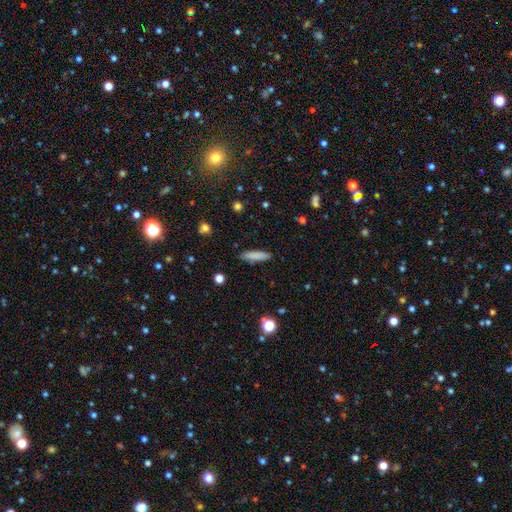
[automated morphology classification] Smooth or featured? Predicted: smooth (p=0.83). How rounded? Predicted: cigar-shaped (p=0.75). Merging? Predicted: none (p=0.87).